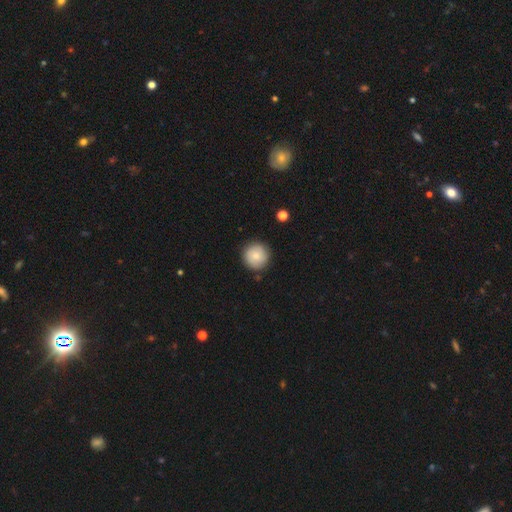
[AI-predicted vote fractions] smooth-or-featured: smooth: 79% | featured or disk: 13% | star or artifact: 8%
  how-rounded: round: 96% | in between: 3% | cigar-shaped: 1%
  merging: none: 88% | minor disturbance: 9% | major disturbance: 2% | merger: 1%